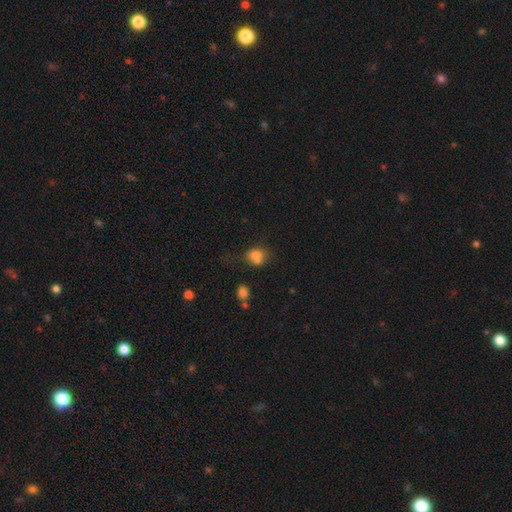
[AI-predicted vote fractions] A smooth galaxy with no disk features (75%) that is round (63%).

Vote fractions:
- Smooth or featured? smooth: 75% / star or artifact: 13% / featured or disk: 12%
- How rounded? round: 63% / in between: 36% / cigar-shaped: 1%
- Merging? none: 41% / merger: 34% / minor disturbance: 17% / major disturbance: 7%